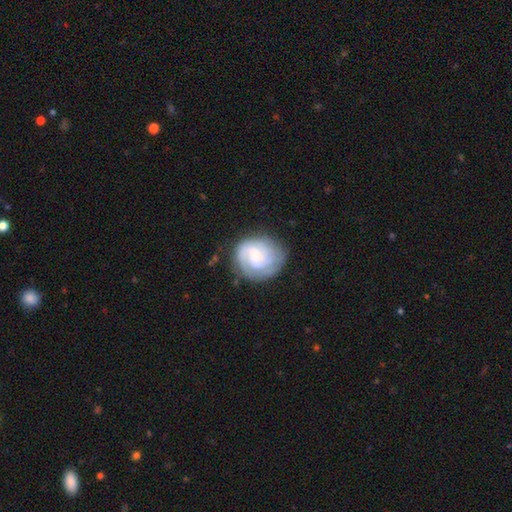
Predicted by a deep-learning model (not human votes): A featured or disk galaxy (71%) with a weak bar (46%, tied with no), 2 (45%) tight (52%) spiral arms (92%) and a small central bulge (47%). Merging: none (72%).